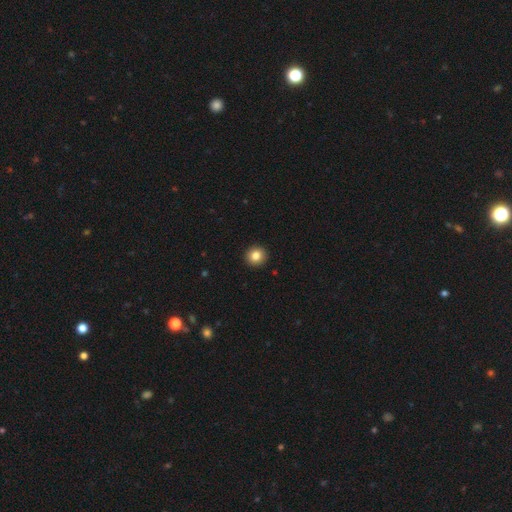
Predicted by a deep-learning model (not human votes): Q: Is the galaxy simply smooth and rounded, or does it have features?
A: smooth — 84%.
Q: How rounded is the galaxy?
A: round — 93%.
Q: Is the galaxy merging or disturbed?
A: none — 93%.